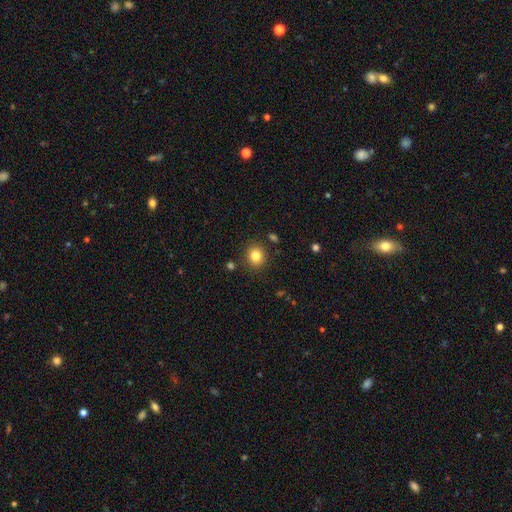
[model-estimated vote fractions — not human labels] Morphology: type=smooth (82%); roundness=round (79%); merging=none (87%).